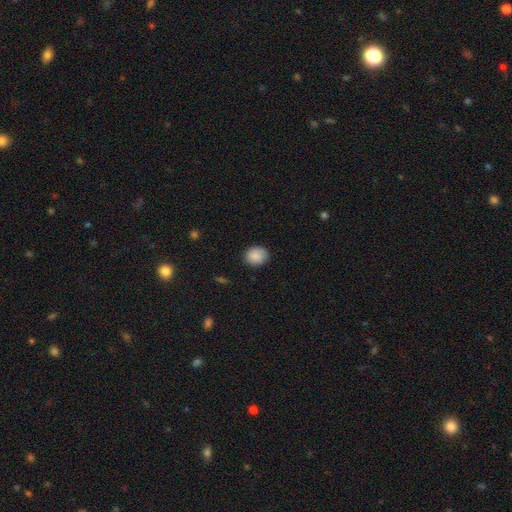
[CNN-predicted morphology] Smooth or featured?
  - smooth: 88% *
  - star or artifact: 8%
  - featured or disk: 4%
How rounded?
  - round: 64% *
  - in between: 36%
  - cigar-shaped: 1%
Merging?
  - none: 86% *
  - minor disturbance: 10%
  - major disturbance: 2%
  - merger: 1%